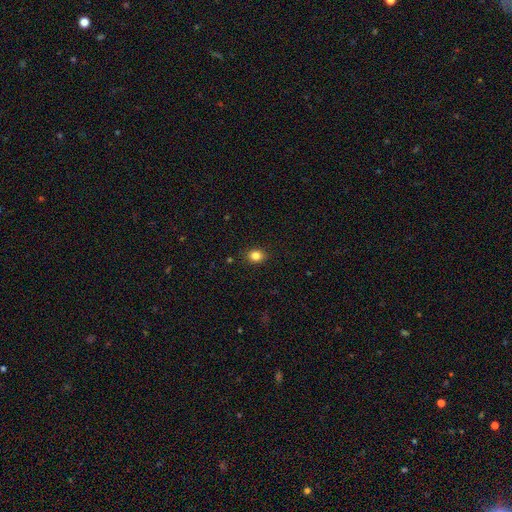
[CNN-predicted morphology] Smooth or featured: smooth — 84% (star or artifact — 11%)
How rounded: round — 58% (in between — 41%)
Merging: none — 89% (minor disturbance — 7%)